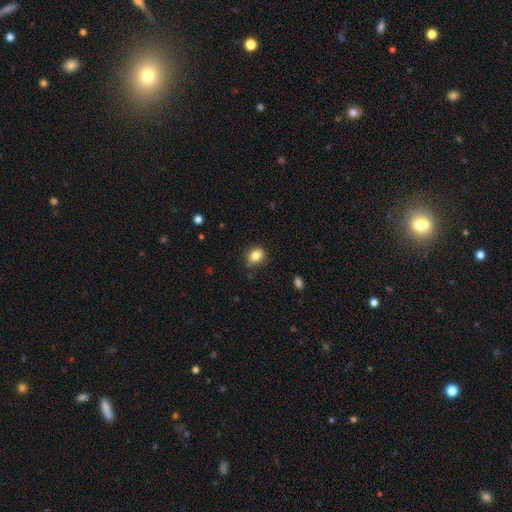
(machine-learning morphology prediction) smooth 83%, star or artifact 10%, featured or disk 7%. Down the decision tree: how rounded — in between (53%); merging — none (83%).